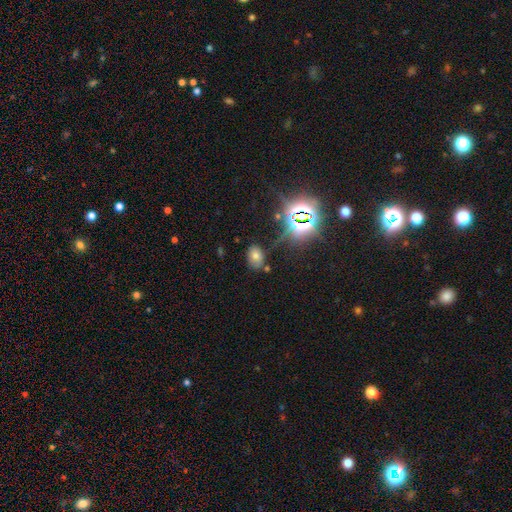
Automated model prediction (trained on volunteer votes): This is possibly a smooth galaxy (59%). How rounded: clearly in between (81%). Merging: likely none (72%).